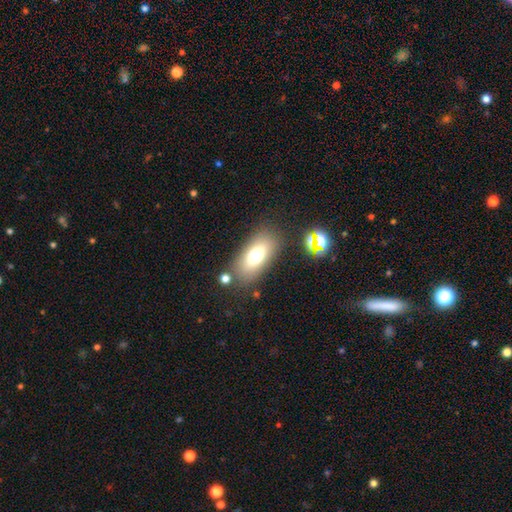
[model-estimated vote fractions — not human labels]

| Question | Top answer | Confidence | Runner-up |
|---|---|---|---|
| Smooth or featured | smooth | 71% | featured or disk (18%) |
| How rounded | in between | 85% | cigar-shaped (10%) |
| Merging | none | 80% | minor disturbance (11%) |